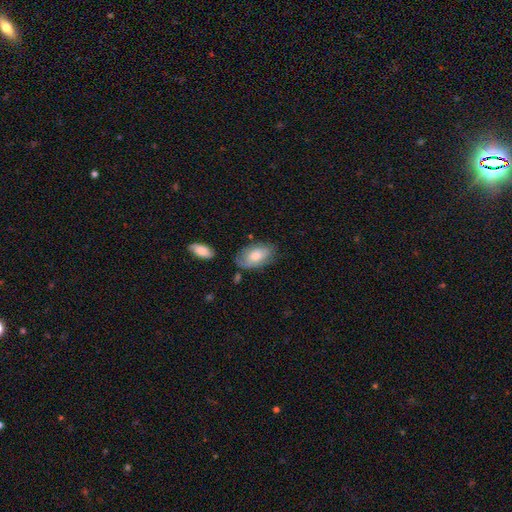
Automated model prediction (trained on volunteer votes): smooth_or_featured: smooth (p=0.71) [alt: featured or disk p=0.23]
how_rounded: in between (p=0.93) [alt: round p=0.04]
merging: none (p=0.64) [alt: minor disturbance p=0.25]